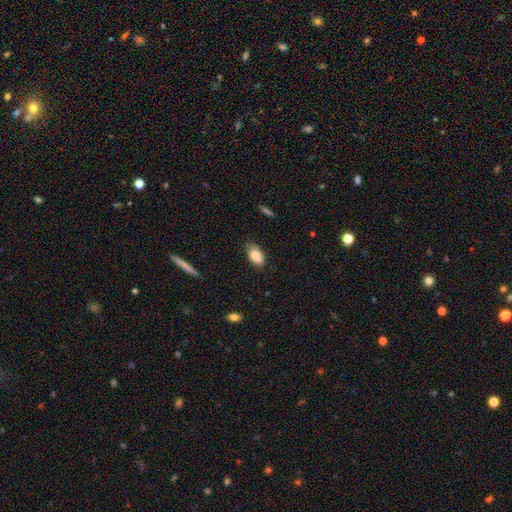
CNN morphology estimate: smooth-or-featured: smooth: 86% | star or artifact: 7% | featured or disk: 7%
  how-rounded: in between: 92% | round: 6% | cigar-shaped: 3%
  merging: none: 75% | minor disturbance: 20% | major disturbance: 3% | merger: 1%